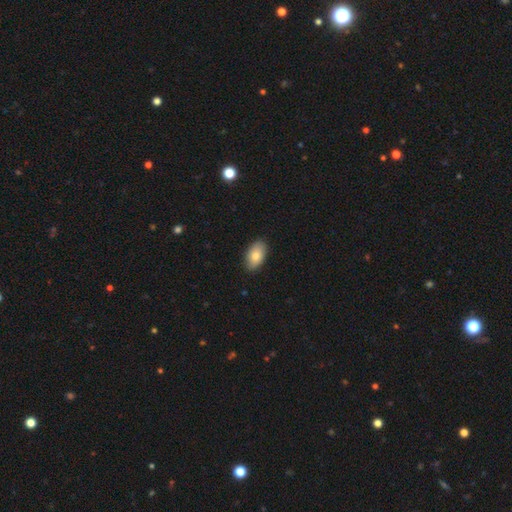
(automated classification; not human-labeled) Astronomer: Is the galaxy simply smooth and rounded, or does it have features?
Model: smooth — 82%.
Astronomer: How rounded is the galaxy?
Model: in between — 94%.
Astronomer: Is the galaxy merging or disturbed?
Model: none — 87%.